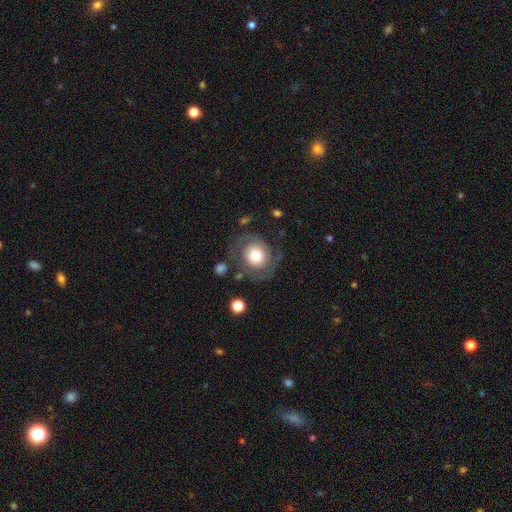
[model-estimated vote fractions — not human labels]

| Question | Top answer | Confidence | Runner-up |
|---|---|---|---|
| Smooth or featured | smooth | 47% | featured or disk (45%) |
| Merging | none | 65% | minor disturbance (17%) |